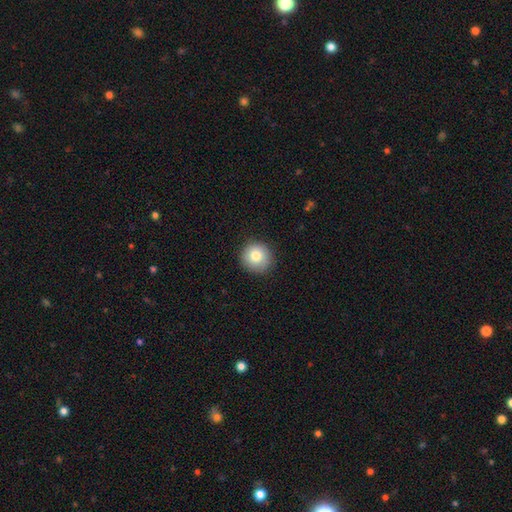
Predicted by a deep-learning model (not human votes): A smooth galaxy with no disk features (81%) that is round (94%).

Vote fractions:
- Smooth or featured? smooth: 81% / featured or disk: 11% / star or artifact: 9%
- How rounded? round: 94% / in between: 5% / cigar-shaped: 1%
- Merging? none: 88% / minor disturbance: 8% / major disturbance: 2% / merger: 1%